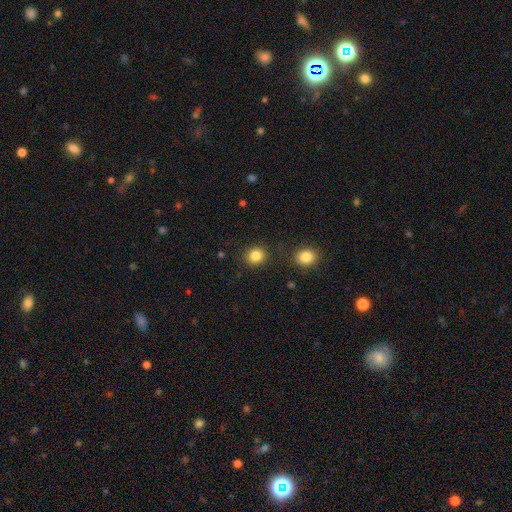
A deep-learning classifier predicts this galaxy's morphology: Smooth or featured: smooth — 85% (star or artifact — 11%)
How rounded: round — 79% (in between — 20%)
Merging: none — 87% (minor disturbance — 8%)